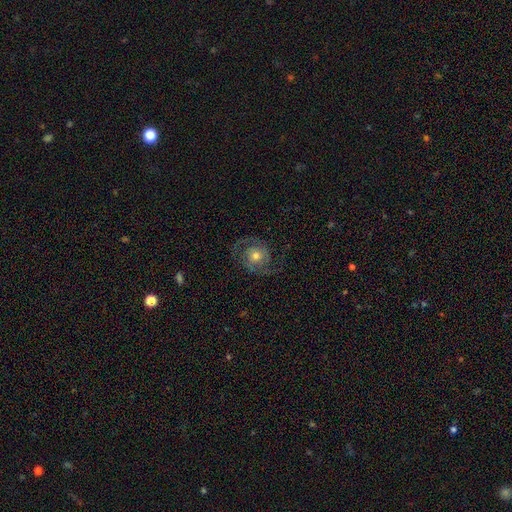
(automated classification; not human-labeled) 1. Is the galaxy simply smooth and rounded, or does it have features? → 82% featured or disk, 11% smooth, 7% star or artifact.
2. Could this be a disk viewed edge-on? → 98% no, 2% yes.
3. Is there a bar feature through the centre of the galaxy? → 74% no, 21% weak, 4% strong.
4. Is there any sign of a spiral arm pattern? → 95% yes, 5% no.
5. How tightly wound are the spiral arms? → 52% medium, 25% tight, 23% loose.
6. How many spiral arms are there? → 92% 2, 3% can't tell, 2% 1, 1% 3, 1% 4, 1% more than 4.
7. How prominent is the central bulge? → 70% moderate, 19% small, 8% large, 1% none, 1% dominant.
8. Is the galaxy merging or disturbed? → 77% none, 13% minor disturbance, 9% major disturbance, 1% merger.